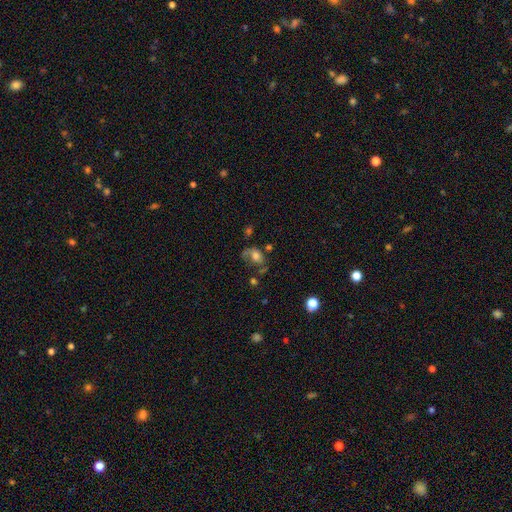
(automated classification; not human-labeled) A smooth galaxy with no disk features (49%).

Vote fractions:
- Smooth or featured? smooth: 49% / featured or disk: 40% / star or artifact: 12%
- Merging? major disturbance: 35% / none: 33% / minor disturbance: 23% / merger: 9%